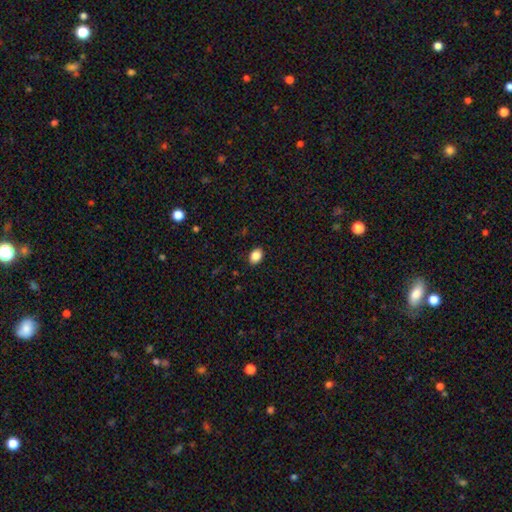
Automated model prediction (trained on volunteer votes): Smooth or featured? Predicted: smooth (p=0.87). How rounded? Predicted: in between (p=0.73). Merging? Predicted: none (p=0.89).